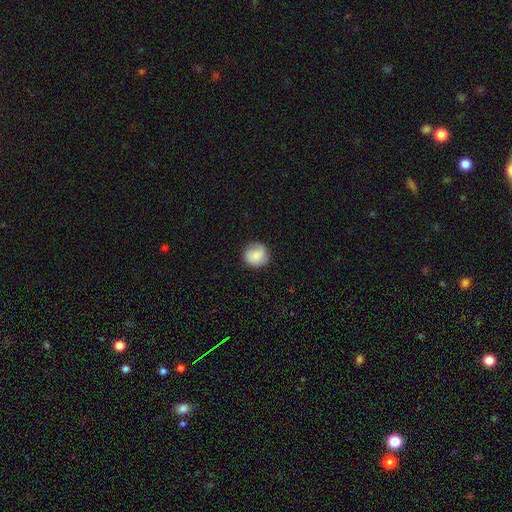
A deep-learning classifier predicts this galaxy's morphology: Overall: smooth (79%). How rounded: round (92%). Merging: none (83%).